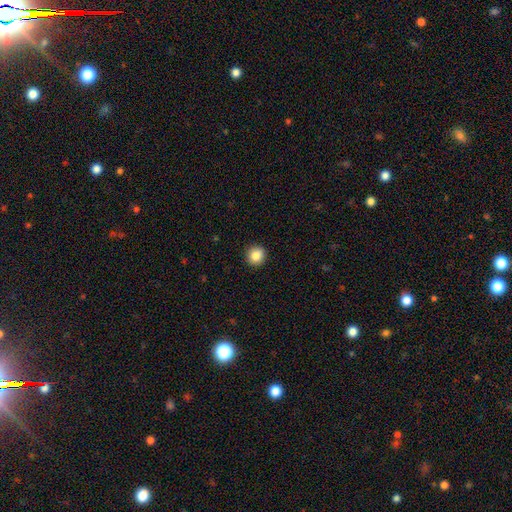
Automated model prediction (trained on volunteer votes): The model was most divided on "smooth or featured": smooth: 85%, star or artifact: 9%, featured or disk: 6%. More confident: how rounded — round (93%); merging — none (92%).